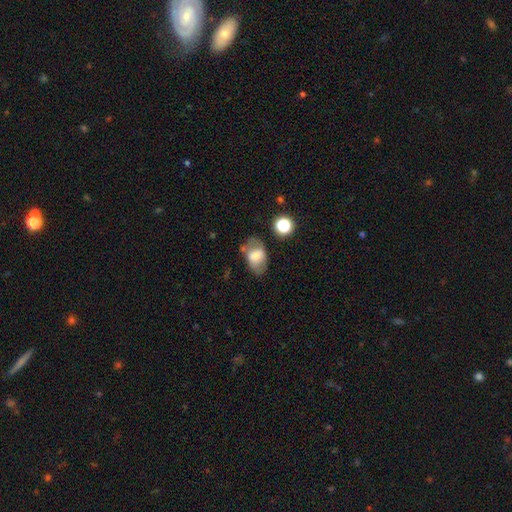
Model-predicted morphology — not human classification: smooth 61%, featured or disk 30%, star or artifact 9%. Down the decision tree: how rounded — in between (85%); merging — none (61%).